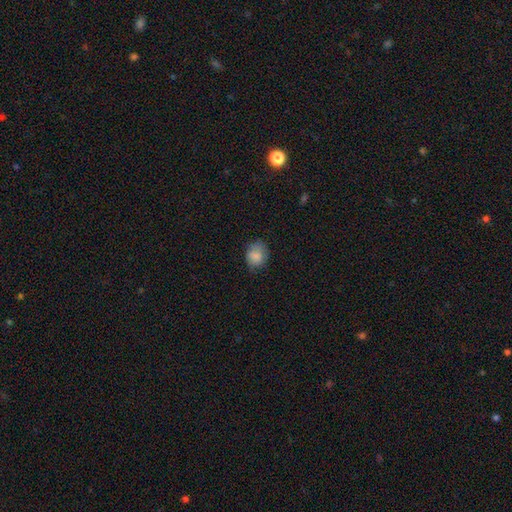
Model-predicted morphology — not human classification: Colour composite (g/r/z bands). It shows a smooth galaxy with no disk features (82%) that is round (53%). Merging: none (61%).